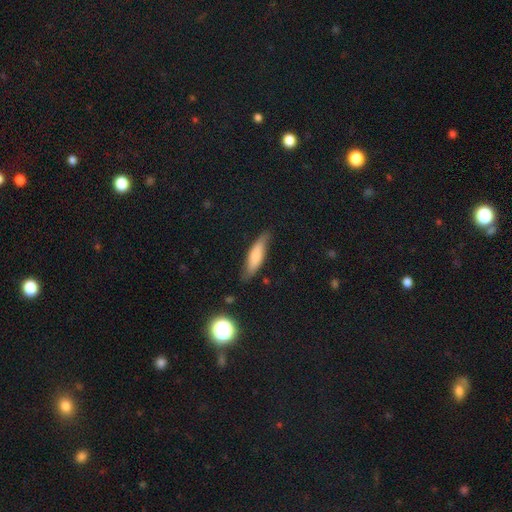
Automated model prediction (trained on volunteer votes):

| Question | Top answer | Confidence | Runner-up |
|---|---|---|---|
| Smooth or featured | smooth | 69% | featured or disk (24%) |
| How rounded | cigar-shaped | 64% | in between (34%) |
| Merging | none | 75% | minor disturbance (20%) |